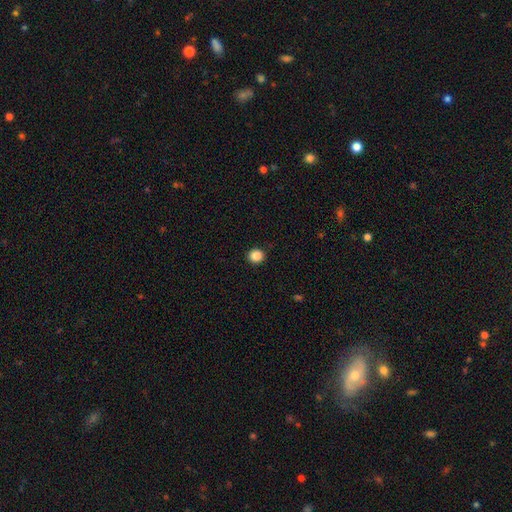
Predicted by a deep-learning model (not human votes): Smooth or featured? smooth (86%)
How rounded? round (91%)
Merging? none (93%)